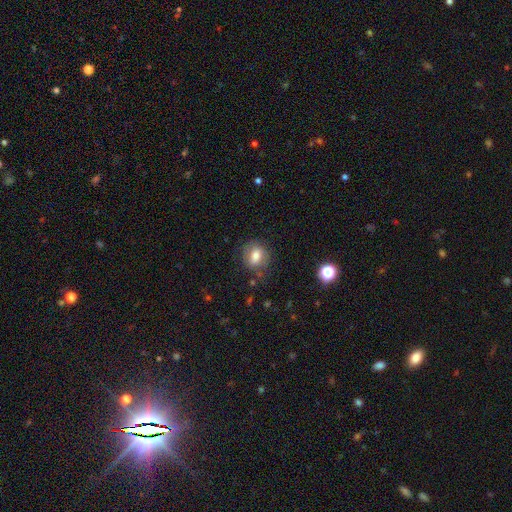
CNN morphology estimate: type=smooth (72%); roundness=round (54%); merging=none (75%).